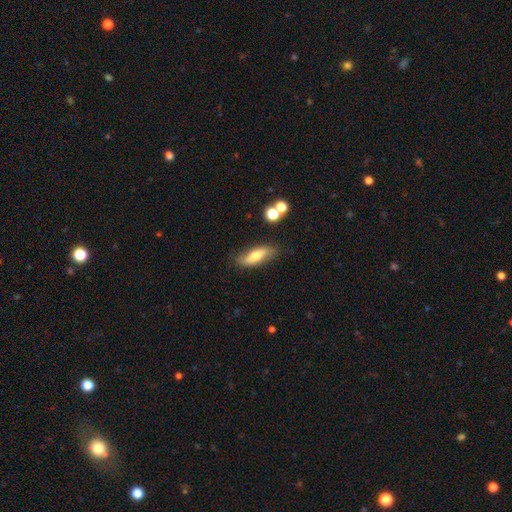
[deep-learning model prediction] smooth-or-featured: smooth: 64% | featured or disk: 28% | star or artifact: 8%
  how-rounded: in between: 57% | cigar-shaped: 40% | round: 3%
  merging: none: 77% | minor disturbance: 16% | major disturbance: 4% | merger: 3%